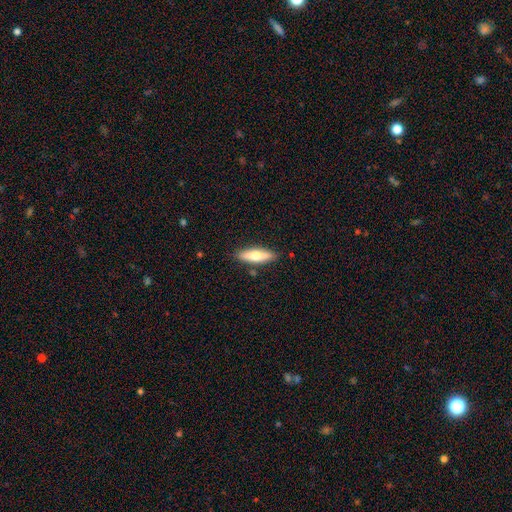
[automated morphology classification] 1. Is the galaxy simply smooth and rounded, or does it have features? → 62% smooth, 33% featured or disk, 6% star or artifact.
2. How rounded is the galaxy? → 60% cigar-shaped, 38% in between, 2% round.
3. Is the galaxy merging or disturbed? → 86% none, 10% minor disturbance, 2% merger, 2% major disturbance.